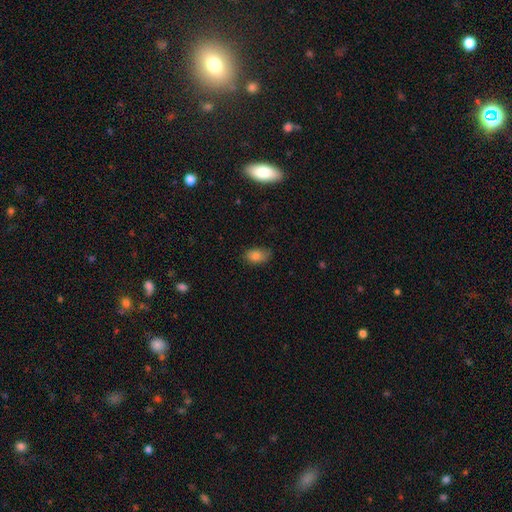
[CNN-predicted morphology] Smooth or featured?
  - smooth: 82% *
  - star or artifact: 10%
  - featured or disk: 8%
How rounded?
  - in between: 85% *
  - round: 13%
  - cigar-shaped: 2%
Merging?
  - none: 70% *
  - minor disturbance: 24%
  - major disturbance: 4%
  - merger: 1%